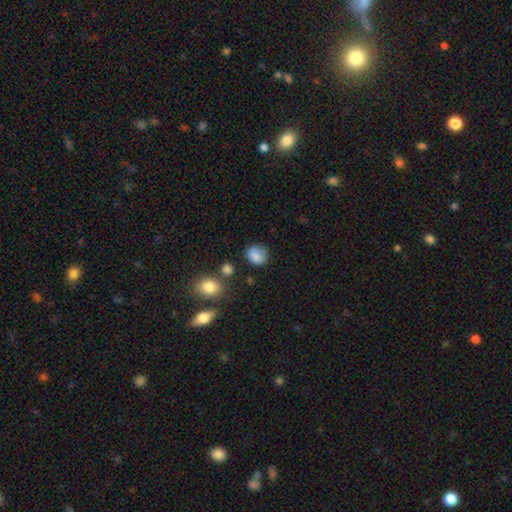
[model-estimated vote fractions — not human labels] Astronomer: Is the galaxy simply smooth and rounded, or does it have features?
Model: smooth — 85%.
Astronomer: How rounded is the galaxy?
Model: round — 67%.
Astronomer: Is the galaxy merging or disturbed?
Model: none — 71%.